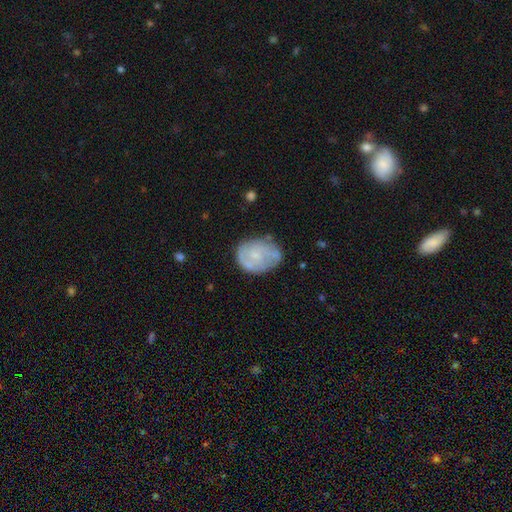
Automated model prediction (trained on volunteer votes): This is possibly a featured or disk galaxy (48%). Merging: possibly none (53%).